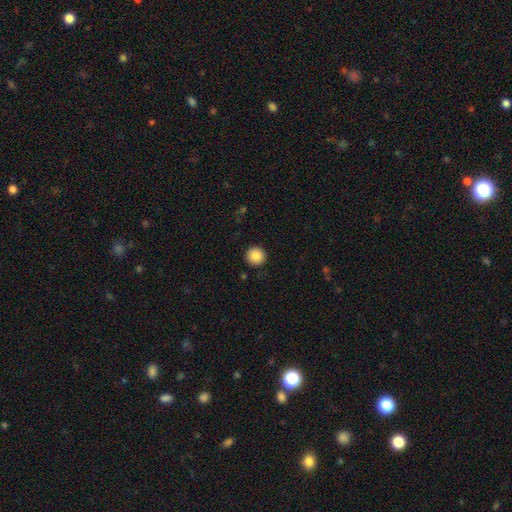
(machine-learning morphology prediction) A smooth galaxy with no disk features (88%) that is round (95%).

Vote fractions:
- Smooth or featured? smooth: 88% / star or artifact: 9% / featured or disk: 4%
- How rounded? round: 95% / in between: 4% / cigar-shaped: 1%
- Merging? none: 92% / minor disturbance: 6% / major disturbance: 2% / merger: 1%